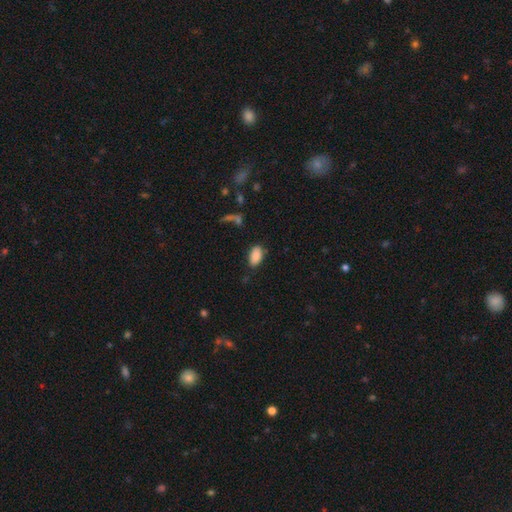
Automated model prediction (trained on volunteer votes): Smooth or featured? smooth (88%)
How rounded? in between (94%)
Merging? none (79%)